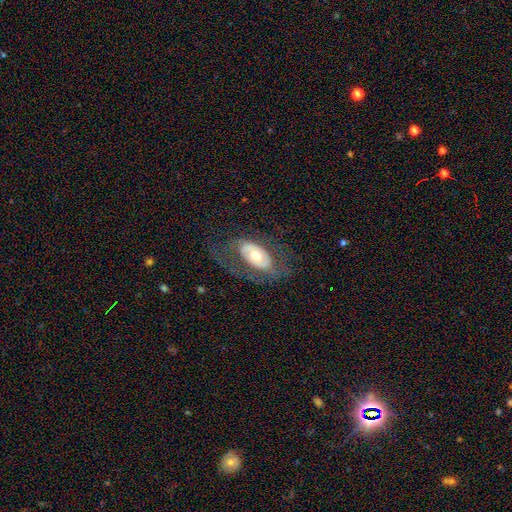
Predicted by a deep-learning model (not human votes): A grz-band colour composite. It shows a featured or disk galaxy (63%) with no bar (76%), no spiral arms (54%) and a moderate central bulge (69%). Merging: none (65%).